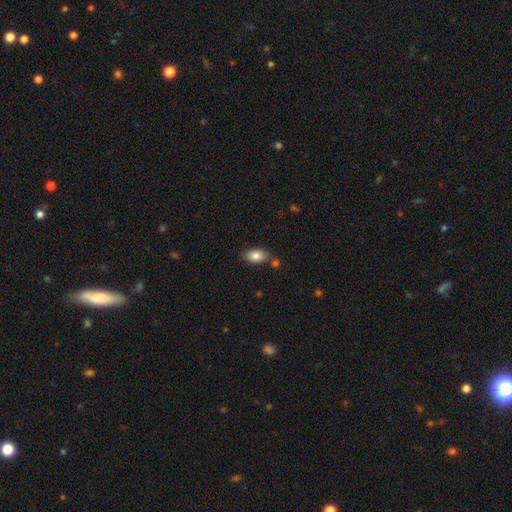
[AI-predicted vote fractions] smooth 84%, featured or disk 8%, star or artifact 8%. Down the decision tree: how rounded — in between (91%); merging — none (73%).